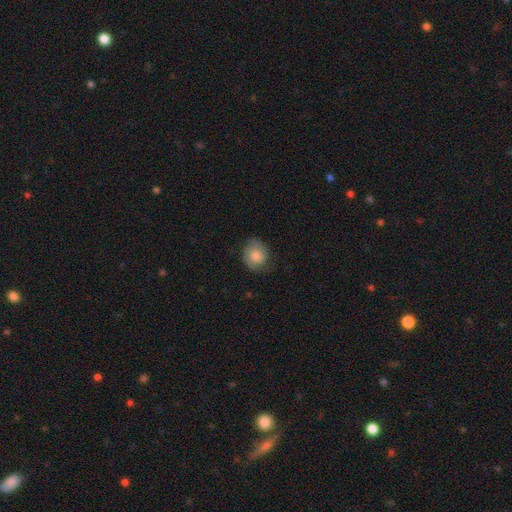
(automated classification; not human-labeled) This is likely a smooth galaxy (65%). How rounded: likely round (70%). Merging: likely none (69%).